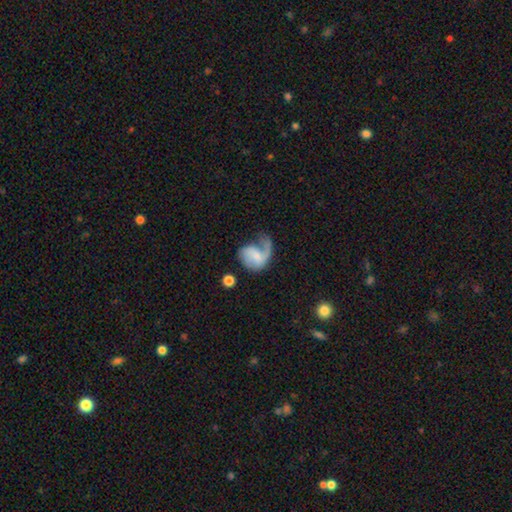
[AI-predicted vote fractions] Q: Smooth or featured?
A: featured or disk (61%); runner-up: smooth (32%)
Q: Edge-on disk?
A: no (98%); runner-up: yes (2%)
Q: Bar?
A: no (56%); runner-up: weak (36%)
Q: Spiral arms?
A: yes (85%); runner-up: no (15%)
Q: Spiral winding?
A: loose (57%); runner-up: medium (31%)
Q: Spiral arm count?
A: 1 (70%); runner-up: 2 (21%)
Q: Bulge size?
A: small (46%); runner-up: none (27%)
Q: Merging?
A: major disturbance (46%); runner-up: none (27%)